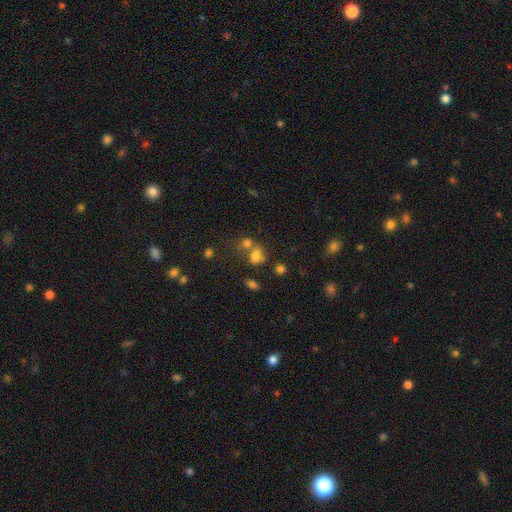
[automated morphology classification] This is likely a smooth galaxy (71%). How rounded: possibly in between (58%). Merging: marginally none (42%).